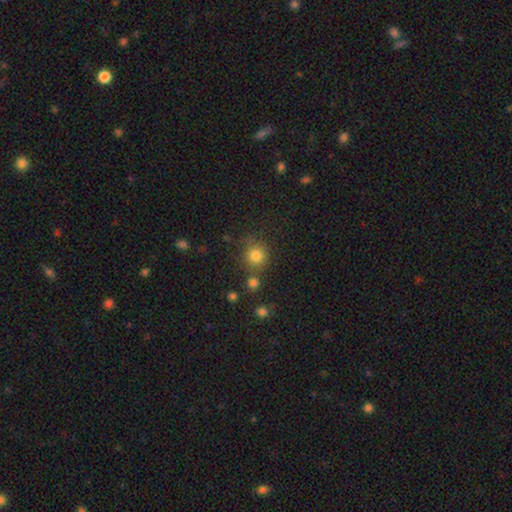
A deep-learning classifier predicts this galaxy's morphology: The model was most divided on "merging": none: 73%, merger: 12%, minor disturbance: 11%, major disturbance: 4%. More confident: how rounded — round (91%); smooth or featured — smooth (81%).